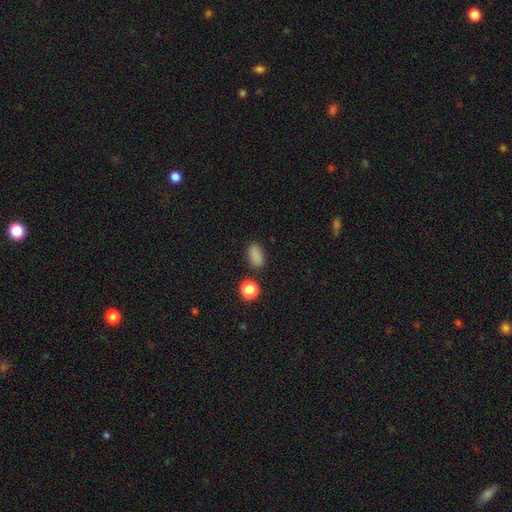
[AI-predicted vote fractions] Overall: smooth (85%). How rounded: in between (87%). Merging: none (83%).